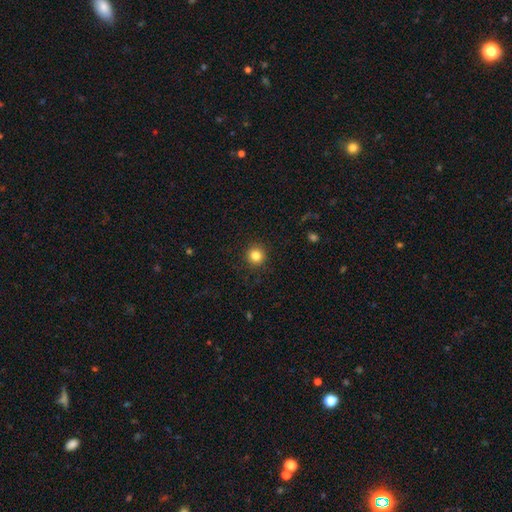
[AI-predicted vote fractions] A smooth galaxy with no disk features (84%) that is round (95%).

Vote fractions:
- Smooth or featured? smooth: 84% / star or artifact: 12% / featured or disk: 5%
- How rounded? round: 95% / in between: 4% / cigar-shaped: 1%
- Merging? none: 92% / minor disturbance: 5% / major disturbance: 2% / merger: 1%